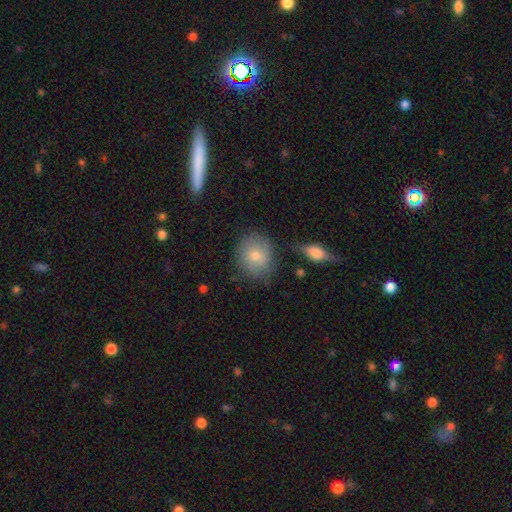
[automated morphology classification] smooth-or-featured: smooth: 73% | featured or disk: 18% | star or artifact: 10%
  how-rounded: round: 78% | in between: 21% | cigar-shaped: 1%
  merging: none: 77% | minor disturbance: 15% | major disturbance: 4% | merger: 4%